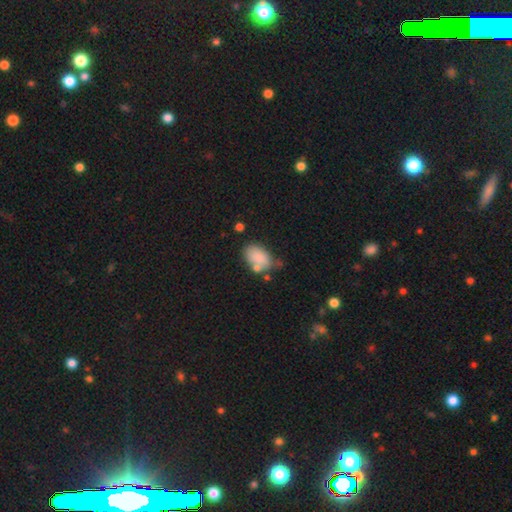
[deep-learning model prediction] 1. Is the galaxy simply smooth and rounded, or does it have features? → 83% smooth, 9% featured or disk, 8% star or artifact.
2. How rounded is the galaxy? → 88% in between, 10% round, 1% cigar-shaped.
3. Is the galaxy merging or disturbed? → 54% none, 24% minor disturbance, 15% merger, 7% major disturbance.